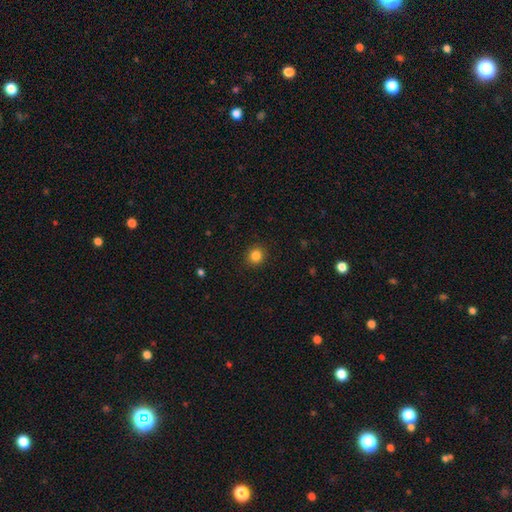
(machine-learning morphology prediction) The model was most divided on "smooth or featured": smooth: 84%, star or artifact: 11%, featured or disk: 4%. More confident: merging — none (92%); how rounded — round (89%).